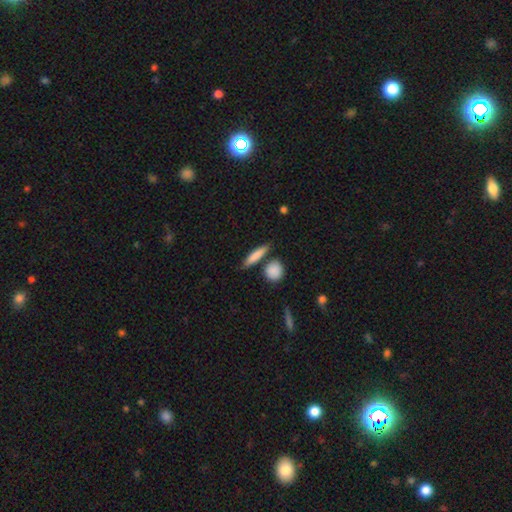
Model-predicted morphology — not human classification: This is likely a smooth galaxy (77%). How rounded: likely cigar-shaped (74%). Merging: likely none (76%).